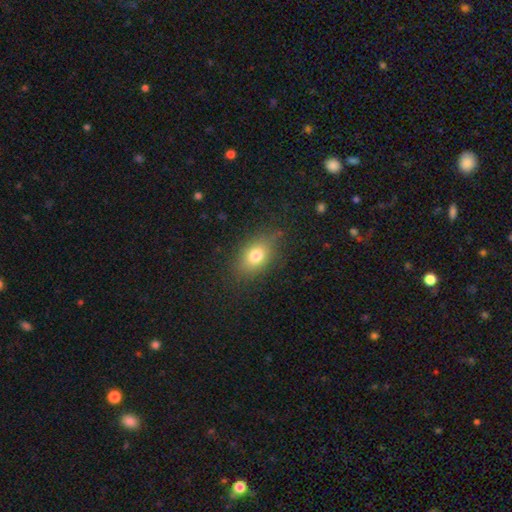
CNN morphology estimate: type=smooth (76%); roundness=in between (77%); merging=none (79%).